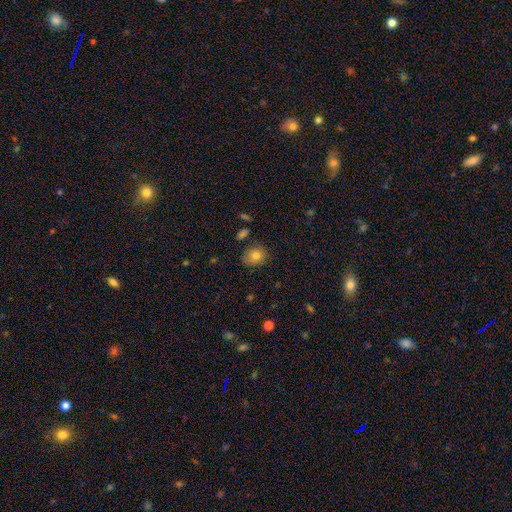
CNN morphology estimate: Smooth or featured? Predicted: smooth (p=0.78). How rounded? Predicted: round (p=0.65). Merging? Predicted: none (p=0.74).